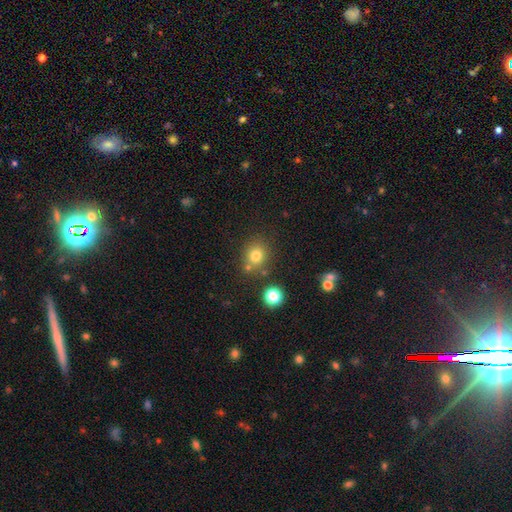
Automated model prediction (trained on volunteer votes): Smooth or featured? Predicted: smooth (p=0.77). How rounded? Predicted: round (p=0.80). Merging? Predicted: none (p=0.73).